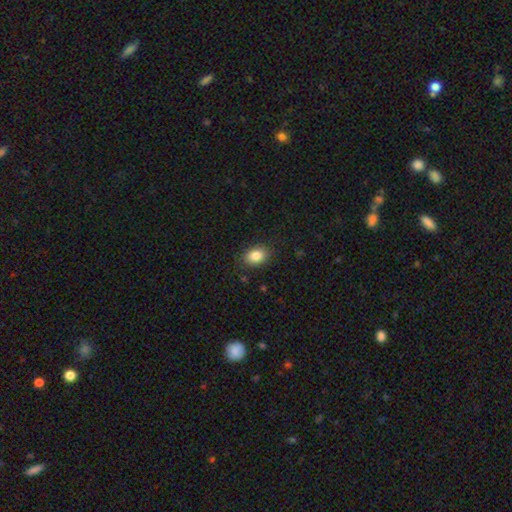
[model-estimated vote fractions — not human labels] A smooth galaxy with no disk features (85%) that is in between round and cigar-shaped (75%). Merging: none (86%).